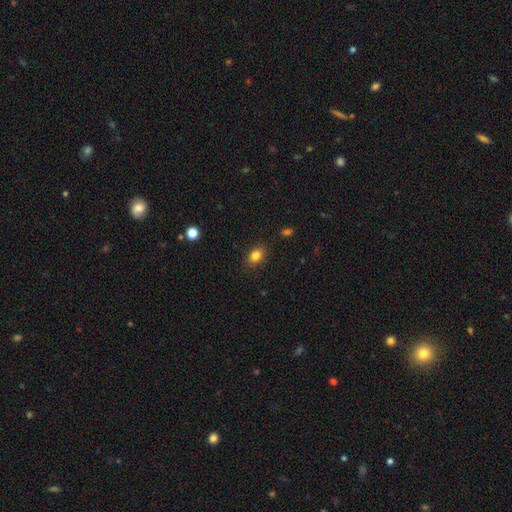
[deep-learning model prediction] Morphology: type=smooth (83%); roundness=in between (68%); merging=none (87%).